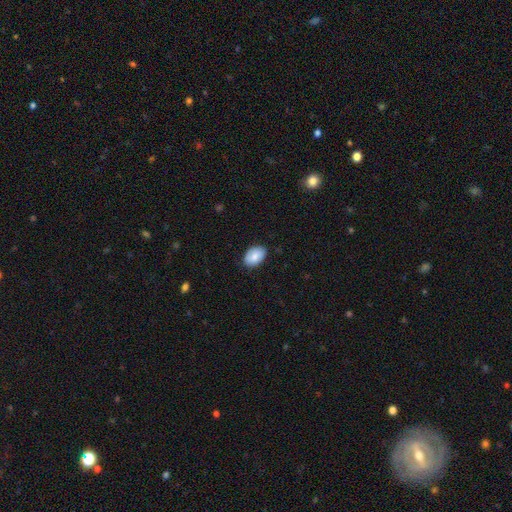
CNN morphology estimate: type=smooth (77%); roundness=in between (87%); merging=none (82%).